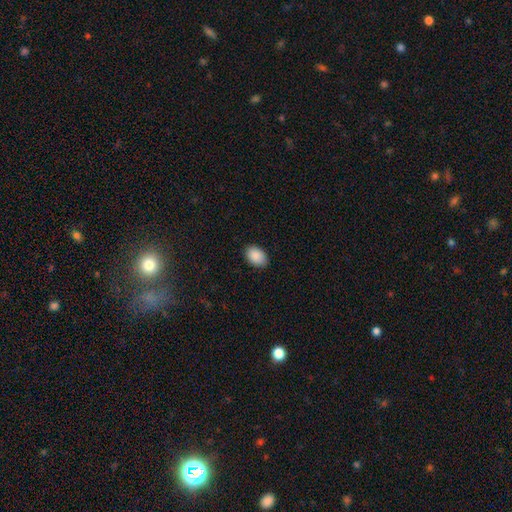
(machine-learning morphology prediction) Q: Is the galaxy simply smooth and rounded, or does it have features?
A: smooth — 90%.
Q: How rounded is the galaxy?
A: in between — 88%.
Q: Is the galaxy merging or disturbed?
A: none — 88%.